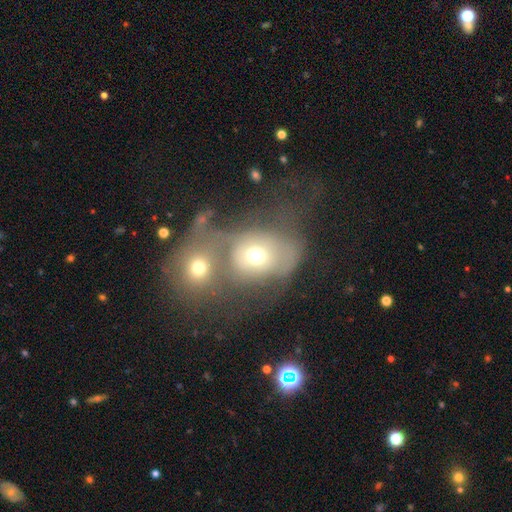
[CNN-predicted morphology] A smooth galaxy with no disk features (57%) that is round (57%).

Vote fractions:
- Smooth or featured? smooth: 57% / featured or disk: 31% / star or artifact: 12%
- How rounded? round: 57% / in between: 42% / cigar-shaped: 1%
- Merging? merger: 66% / major disturbance: 14% / none: 13% / minor disturbance: 7%